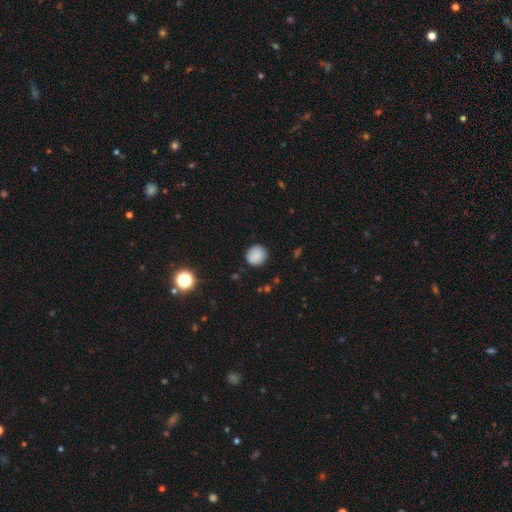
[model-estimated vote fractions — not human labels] smooth-or-featured: smooth: 87% | star or artifact: 9% | featured or disk: 4%
  how-rounded: round: 89% | in between: 10% | cigar-shaped: 1%
  merging: none: 87% | minor disturbance: 10% | major disturbance: 2% | merger: 1%